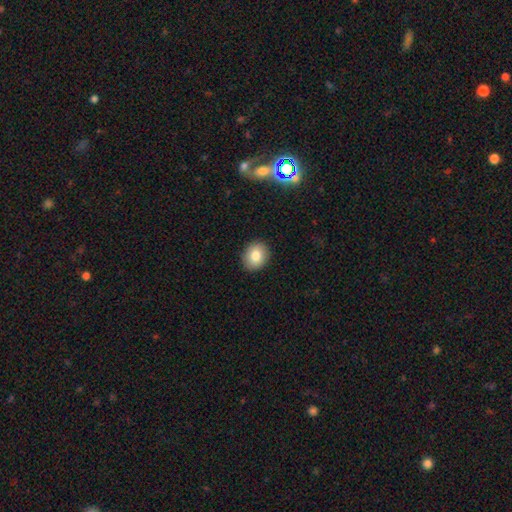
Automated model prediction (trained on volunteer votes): Smooth or featured?
  - smooth: 82% *
  - star or artifact: 9%
  - featured or disk: 9%
How rounded?
  - round: 63% *
  - in between: 36%
  - cigar-shaped: 1%
Merging?
  - none: 91% *
  - minor disturbance: 6%
  - major disturbance: 2%
  - merger: 1%